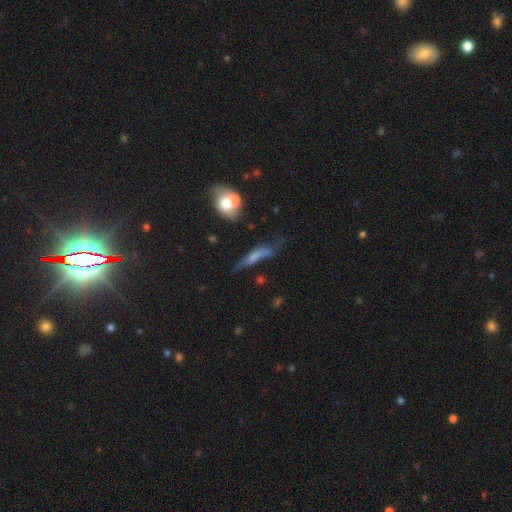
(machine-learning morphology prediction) Q: Smooth or featured?
A: smooth (53%); runner-up: featured or disk (36%)
Q: How rounded?
A: cigar-shaped (72%); runner-up: in between (24%)
Q: Merging?
A: none (35%); runner-up: minor disturbance (30%)